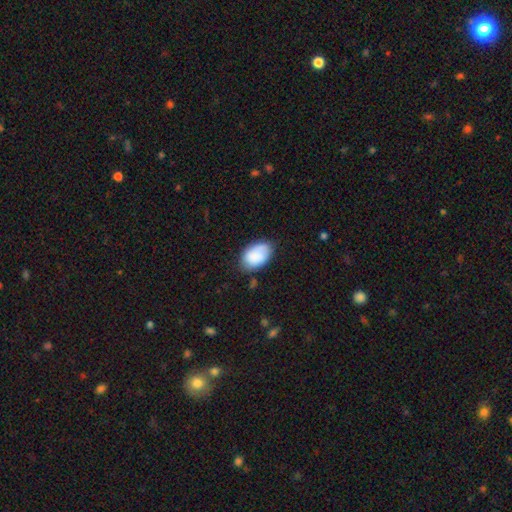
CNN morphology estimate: smooth_or_featured: smooth (p=0.79) [alt: featured or disk p=0.14]
how_rounded: in between (p=0.90) [alt: round p=0.08]
merging: none (p=0.70) [alt: minor disturbance p=0.22]